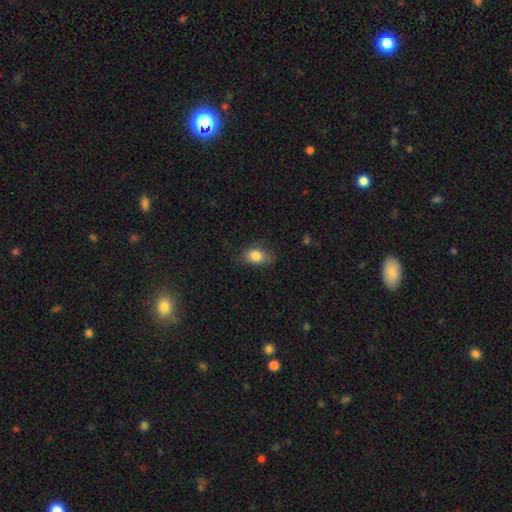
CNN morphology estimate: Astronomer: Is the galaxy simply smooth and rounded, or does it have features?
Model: smooth — 84%.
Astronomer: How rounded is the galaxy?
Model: in between — 80%.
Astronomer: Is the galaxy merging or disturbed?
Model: none — 69%.